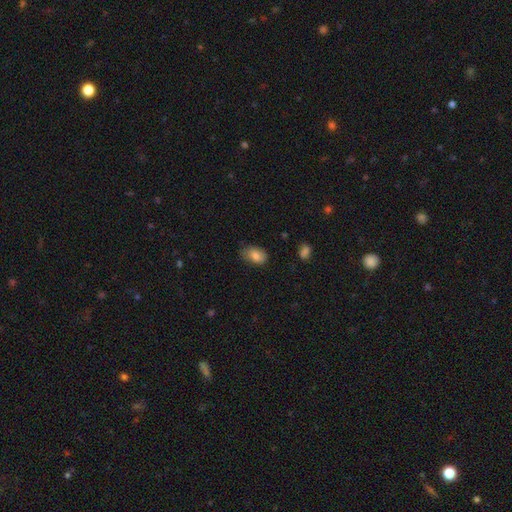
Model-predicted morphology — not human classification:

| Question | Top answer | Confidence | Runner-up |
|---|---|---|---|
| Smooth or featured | smooth | 82% | featured or disk (11%) |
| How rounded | in between | 88% | round (11%) |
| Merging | none | 68% | minor disturbance (25%) |